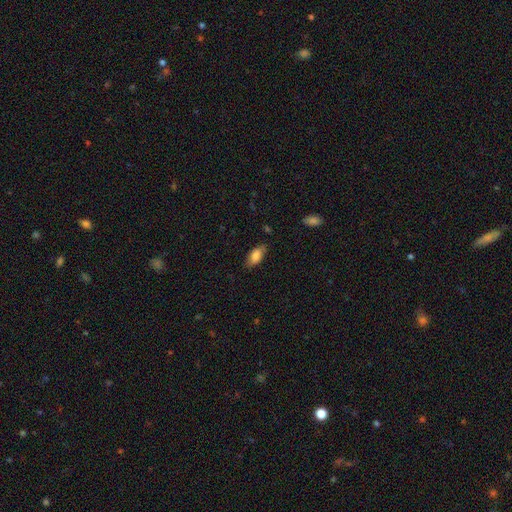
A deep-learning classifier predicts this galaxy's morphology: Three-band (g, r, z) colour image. It shows a smooth galaxy with no disk features (81%) that is in between round and cigar-shaped (88%). Merging: none (76%).